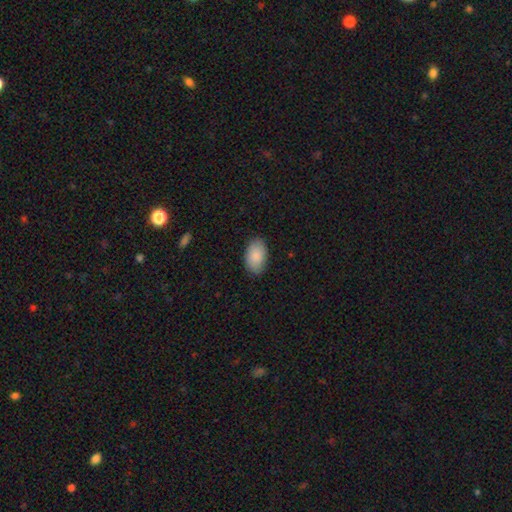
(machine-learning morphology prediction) smooth_or_featured: smooth (p=0.88) [alt: star or artifact p=0.06]
how_rounded: in between (p=0.94) [alt: round p=0.05]
merging: none (p=0.87) [alt: minor disturbance p=0.10]